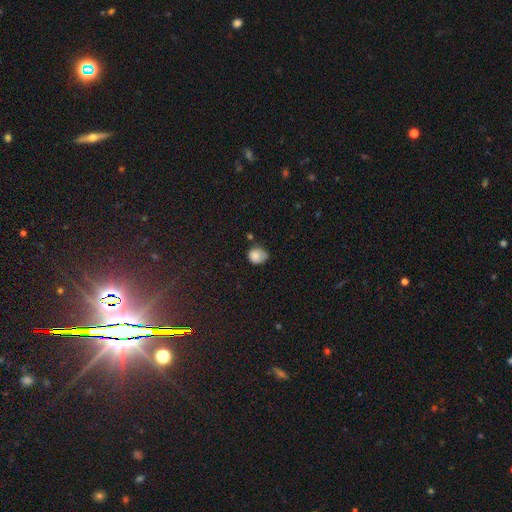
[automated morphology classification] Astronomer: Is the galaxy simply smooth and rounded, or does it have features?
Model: smooth — 84%.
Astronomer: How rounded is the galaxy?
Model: round — 65%.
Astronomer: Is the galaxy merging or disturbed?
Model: none — 46% (runner-up: minor disturbance, 40%).